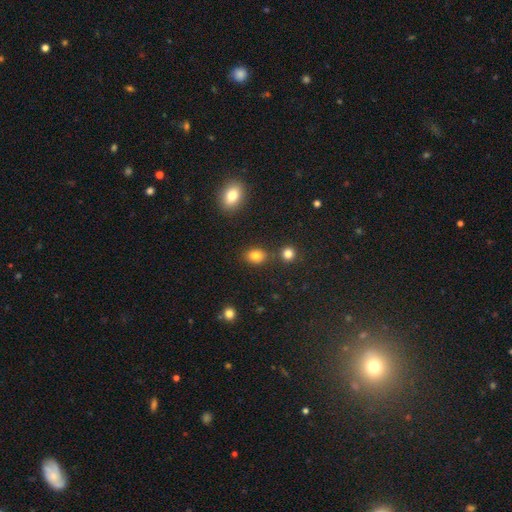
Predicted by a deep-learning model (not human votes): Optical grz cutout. It shows a smooth galaxy with no disk features (81%) that is in between round and cigar-shaped (63%). Merging: none (79%).